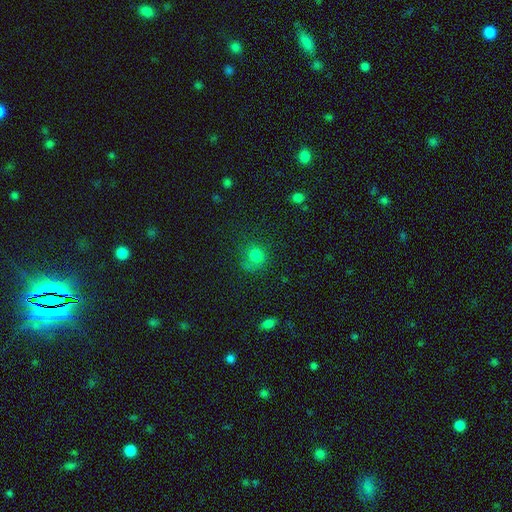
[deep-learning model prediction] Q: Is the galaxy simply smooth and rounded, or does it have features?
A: smooth — 77%.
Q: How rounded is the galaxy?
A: round — 84%.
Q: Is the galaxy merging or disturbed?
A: none — 65%.